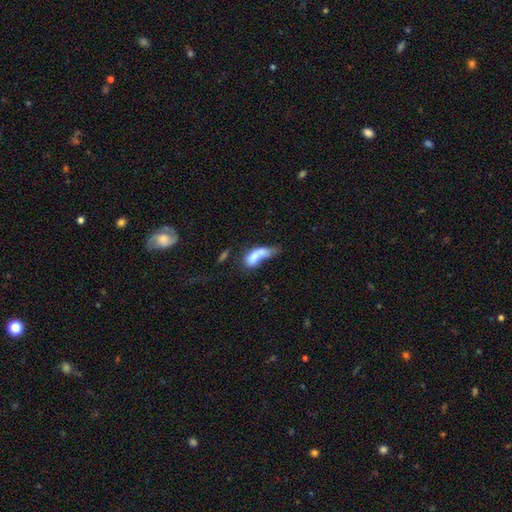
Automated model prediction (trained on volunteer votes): smooth_or_featured: smooth (p=0.65) [alt: featured or disk p=0.25]
how_rounded: in between (p=0.70) [alt: cigar-shaped p=0.23]
merging: merger (p=0.51) [alt: major disturbance p=0.18]